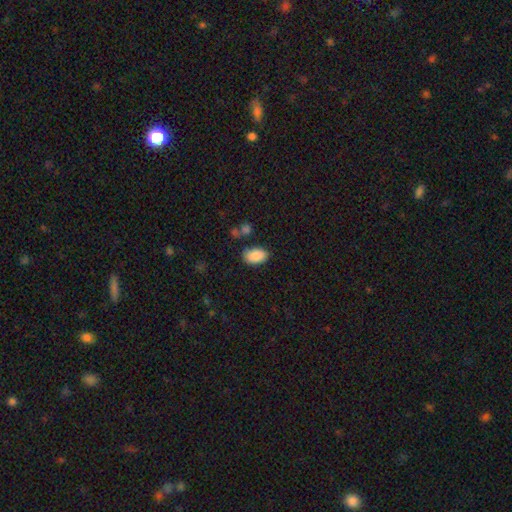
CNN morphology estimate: This appears to be a smooth galaxy with no disk features (88%) that is in between round and cigar-shaped (92%). Merging: none (78%).